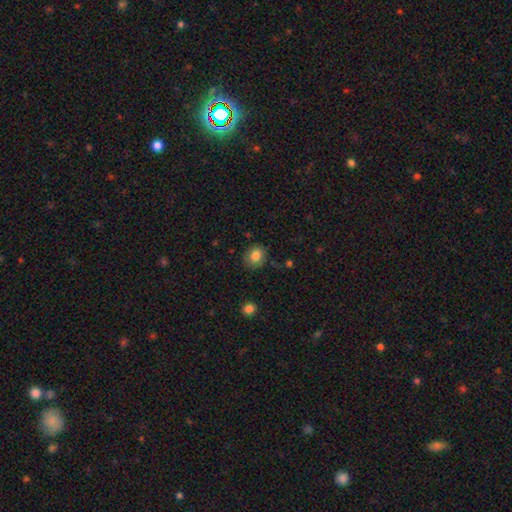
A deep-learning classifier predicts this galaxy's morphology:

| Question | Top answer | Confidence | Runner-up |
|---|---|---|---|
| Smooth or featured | smooth | 83% | star or artifact (10%) |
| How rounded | round | 65% | in between (35%) |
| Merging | none | 81% | minor disturbance (14%) |